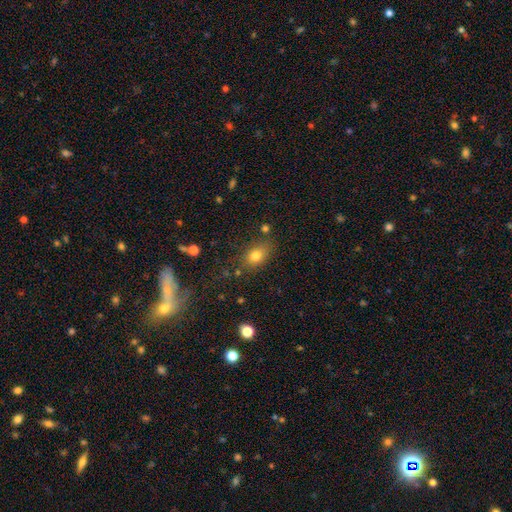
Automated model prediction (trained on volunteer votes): A smooth galaxy with no disk features (78%) that is in between round and cigar-shaped (72%). Merging: none (74%).